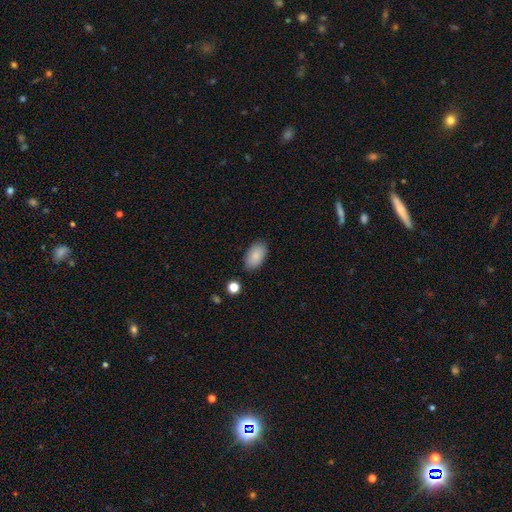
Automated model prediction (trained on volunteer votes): smooth-or-featured: smooth: 88% | star or artifact: 7% | featured or disk: 5%
  how-rounded: in between: 94% | round: 4% | cigar-shaped: 2%
  merging: none: 85% | minor disturbance: 10% | major disturbance: 2% | merger: 2%